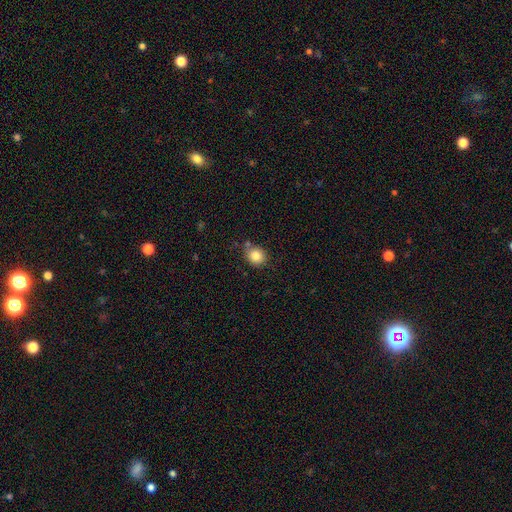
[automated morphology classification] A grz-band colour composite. It shows a smooth galaxy with no disk features (84%) that is round (81%). Merging: none (75%).